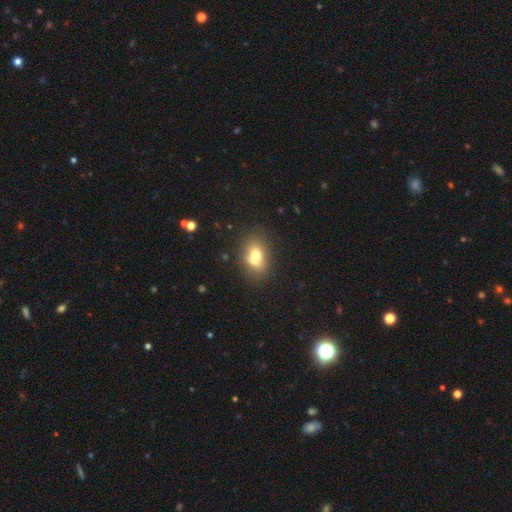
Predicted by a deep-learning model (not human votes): The model was most divided on "merging": none: 46%, merger: 32%, minor disturbance: 15%, major disturbance: 6%. More confident: how rounded — in between (69%); smooth or featured — smooth (65%).